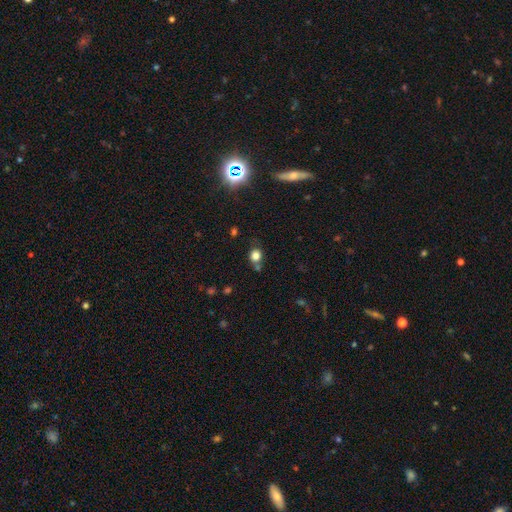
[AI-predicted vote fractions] A smooth galaxy with no disk features (78%) that is round (76%). Merging: none (64%).